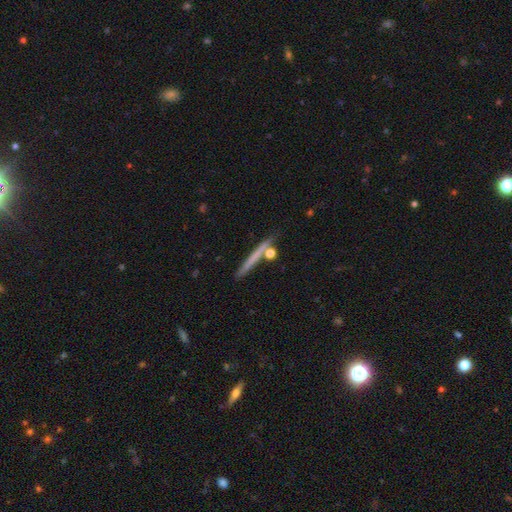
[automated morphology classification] Smooth or featured?
  - smooth: 52% *
  - featured or disk: 40%
  - star or artifact: 8%
How rounded?
  - cigar-shaped: 94% *
  - round: 4%
  - in between: 3%
Merging?
  - none: 81% *
  - minor disturbance: 9%
  - merger: 7%
  - major disturbance: 3%